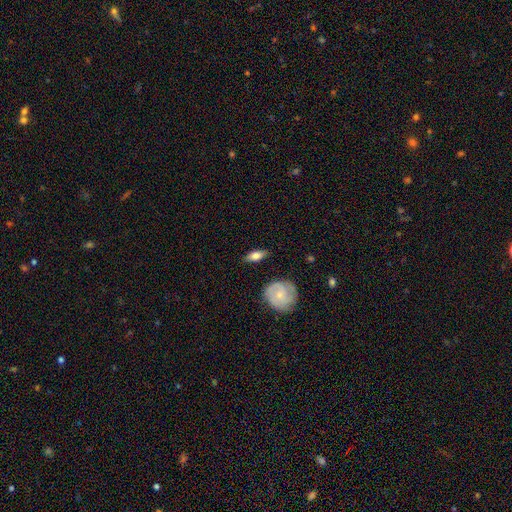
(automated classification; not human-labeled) Smooth or featured? smooth (65%)
How rounded? in between (70%)
Merging? none (82%)